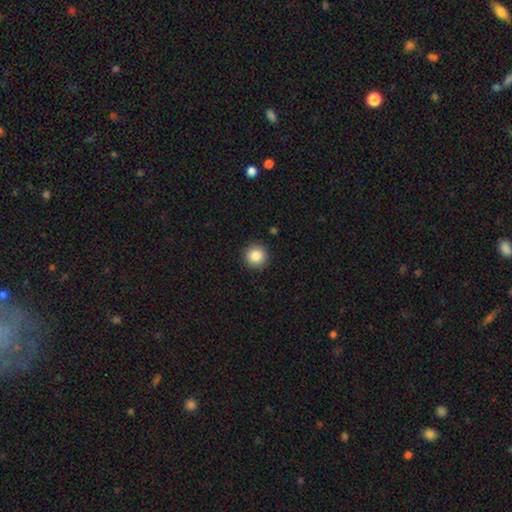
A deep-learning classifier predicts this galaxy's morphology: Smooth or featured?
  - smooth: 87% *
  - star or artifact: 9%
  - featured or disk: 4%
How rounded?
  - round: 94% *
  - in between: 5%
  - cigar-shaped: 1%
Merging?
  - none: 91% *
  - minor disturbance: 6%
  - major disturbance: 2%
  - merger: 1%